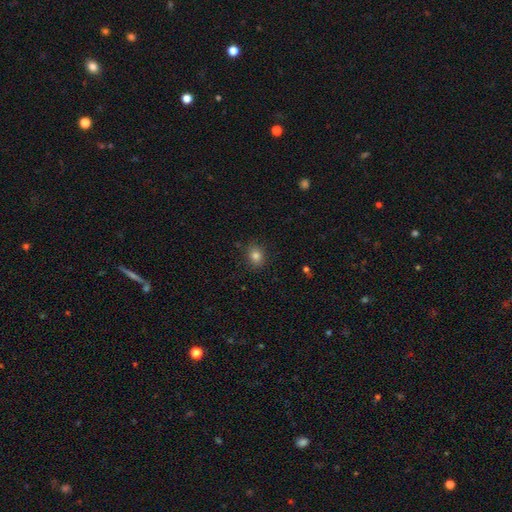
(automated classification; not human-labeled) Overall: smooth (82%). How rounded: round (57%; in between 42%). Merging: none (86%).